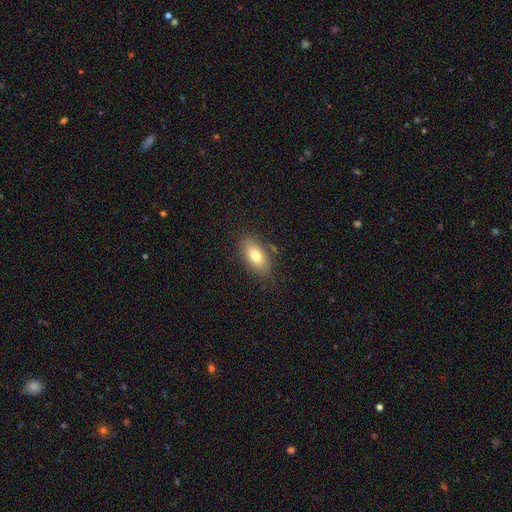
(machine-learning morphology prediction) smooth-or-featured: smooth: 73% | featured or disk: 19% | star or artifact: 9%
  how-rounded: in between: 87% | round: 7% | cigar-shaped: 6%
  merging: none: 80% | minor disturbance: 13% | major disturbance: 4% | merger: 3%